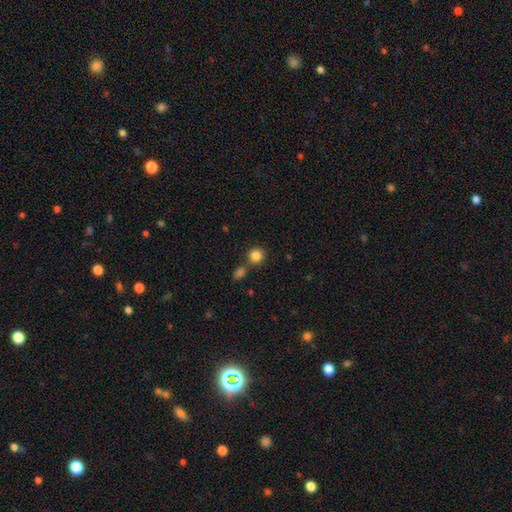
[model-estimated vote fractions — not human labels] Smooth or featured?
  - smooth: 85% *
  - star or artifact: 11%
  - featured or disk: 5%
How rounded?
  - round: 90% *
  - in between: 9%
  - cigar-shaped: 1%
Merging?
  - none: 74% *
  - merger: 15%
  - minor disturbance: 8%
  - major disturbance: 3%